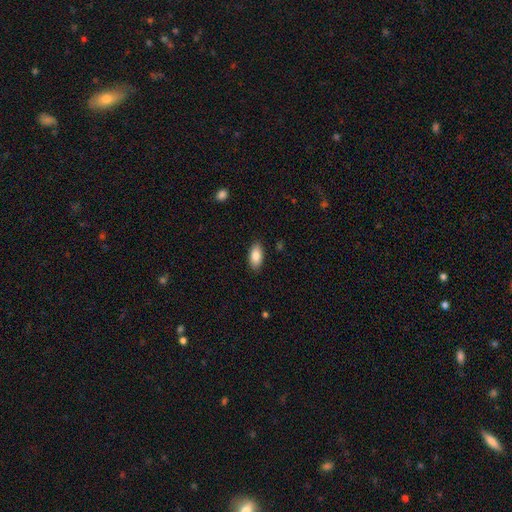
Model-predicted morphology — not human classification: A smooth galaxy with no disk features (85%) that is in between round and cigar-shaped (91%). Merging: none (88%).